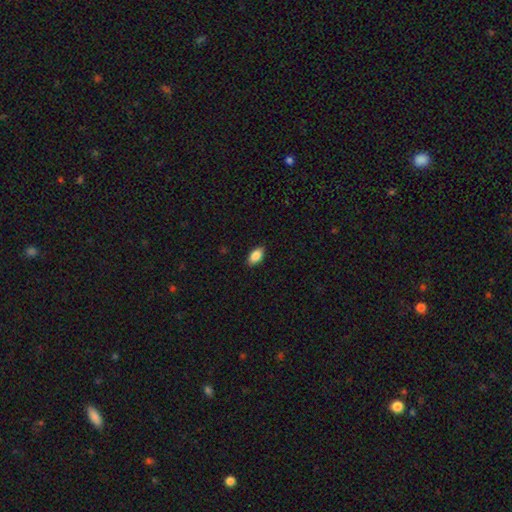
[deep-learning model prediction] Smooth or featured? smooth (87%)
How rounded? in between (92%)
Merging? none (87%)